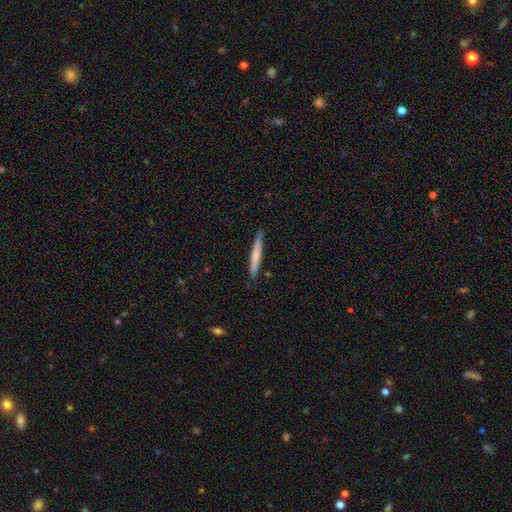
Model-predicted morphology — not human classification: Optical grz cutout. It shows a smooth galaxy with no disk features (63%) that is cigar-shaped (96%). Merging: none (87%).